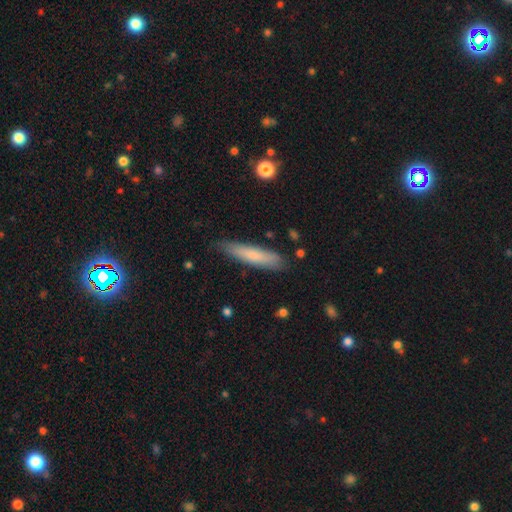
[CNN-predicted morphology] Smooth or featured: smooth — 74% (featured or disk — 20%)
How rounded: cigar-shaped — 84% (in between — 15%)
Merging: none — 81% (minor disturbance — 15%)